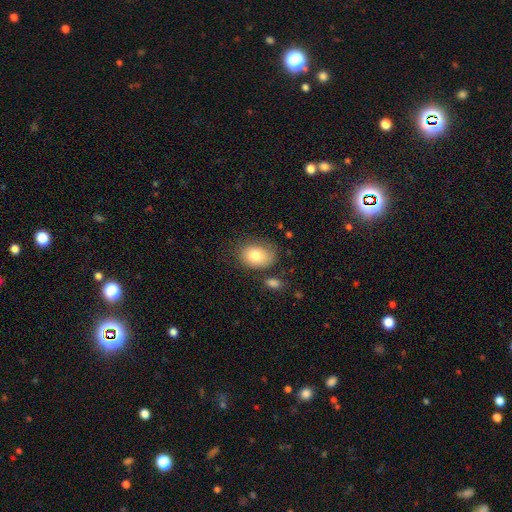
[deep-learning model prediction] A smooth galaxy with no disk features (81%) that is in between round and cigar-shaped (74%). Merging: none (65%).